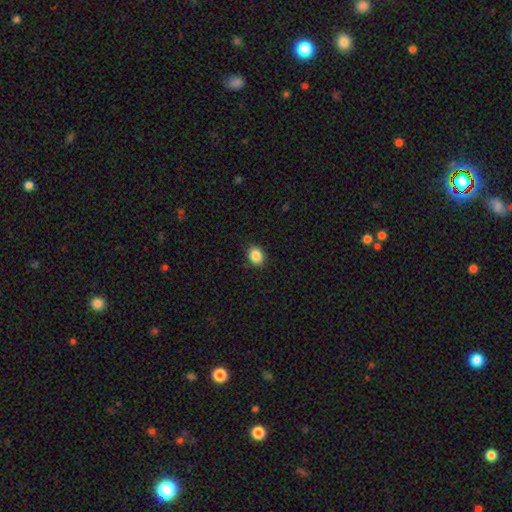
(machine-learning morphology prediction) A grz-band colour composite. It shows a smooth galaxy with no disk features (87%) that is in between round and cigar-shaped (55%). Merging: none (88%).